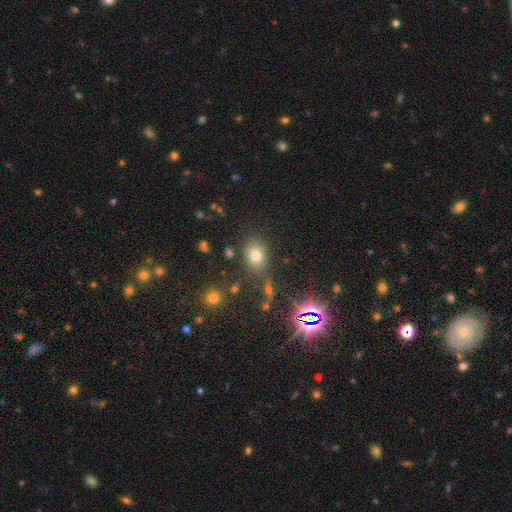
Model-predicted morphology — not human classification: Smooth or featured: smooth — 73% (star or artifact — 17%)
How rounded: in between — 65% (round — 33%)
Merging: none — 77% (minor disturbance — 12%)